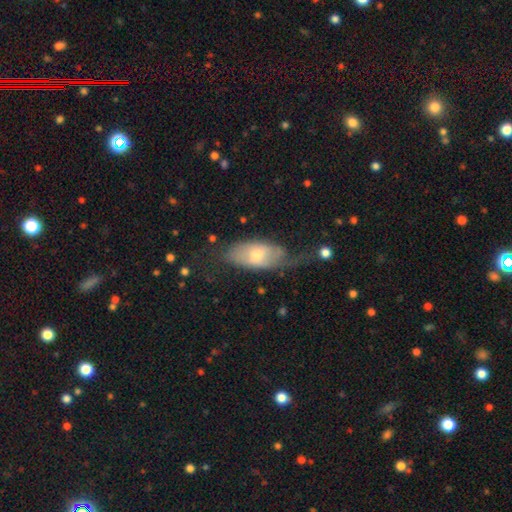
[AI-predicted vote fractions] This is possibly a smooth galaxy (48%). Merging: marginally none (38%).